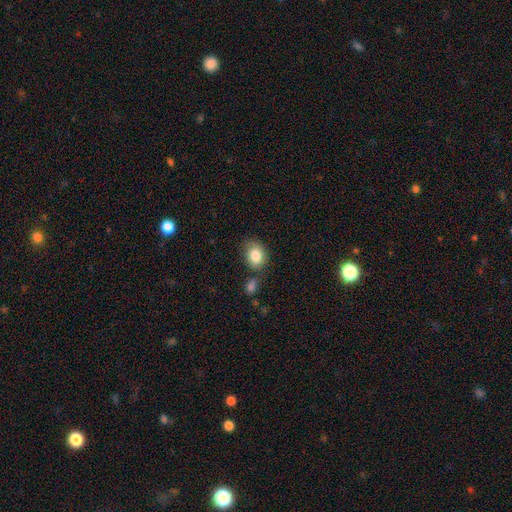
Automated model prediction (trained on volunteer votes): smooth-or-featured: smooth: 84% | star or artifact: 8% | featured or disk: 8%
  how-rounded: in between: 53% | round: 46% | cigar-shaped: 1%
  merging: none: 62% | minor disturbance: 21% | merger: 11% | major disturbance: 6%